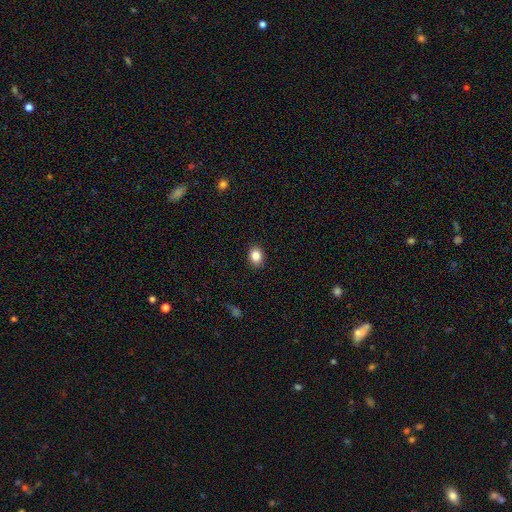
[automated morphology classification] A smooth galaxy with no disk features (86%) that is in between round and cigar-shaped (52%).

Vote fractions:
- Smooth or featured? smooth: 86% / star or artifact: 9% / featured or disk: 5%
- How rounded? in between: 52% / round: 47% / cigar-shaped: 1%
- Merging? none: 90% / minor disturbance: 8% / major disturbance: 2% / merger: 1%